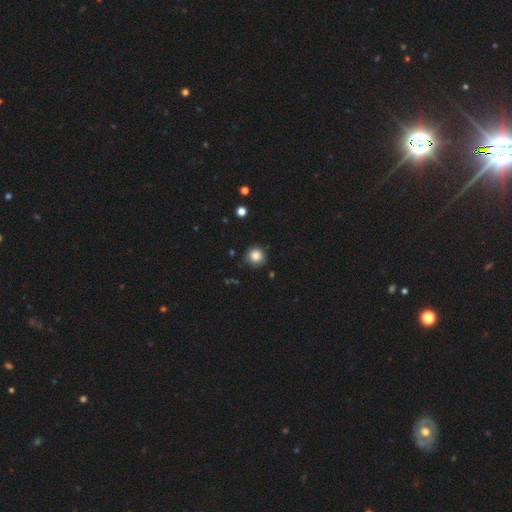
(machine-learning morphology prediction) smooth-or-featured: smooth: 85% | star or artifact: 10% | featured or disk: 5%
  how-rounded: round: 92% | in between: 7% | cigar-shaped: 1%
  merging: none: 83% | minor disturbance: 13% | major disturbance: 3% | merger: 2%